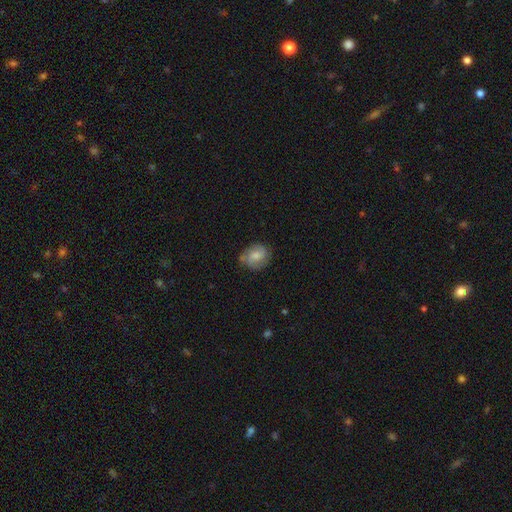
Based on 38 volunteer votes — smooth 53%, featured or disk 45%, star or artifact 3%. Down the decision tree: how rounded — round (85%); merging — none (81%).